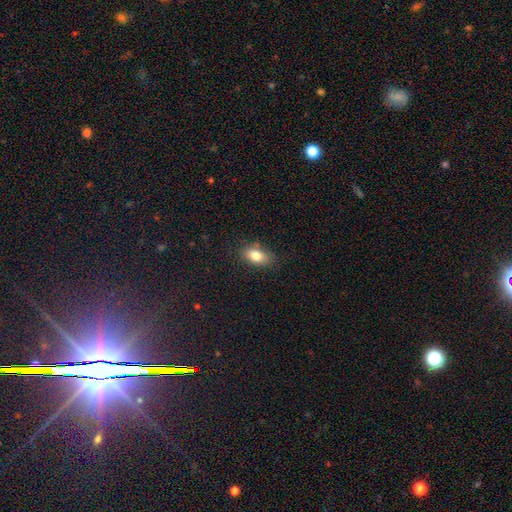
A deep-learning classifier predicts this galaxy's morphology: A smooth galaxy with no disk features (81%) that is in between round and cigar-shaped (86%).

Vote fractions:
- Smooth or featured? smooth: 81% / featured or disk: 10% / star or artifact: 9%
- How rounded? in between: 86% / round: 11% / cigar-shaped: 3%
- Merging? none: 80% / minor disturbance: 15% / major disturbance: 4% / merger: 2%